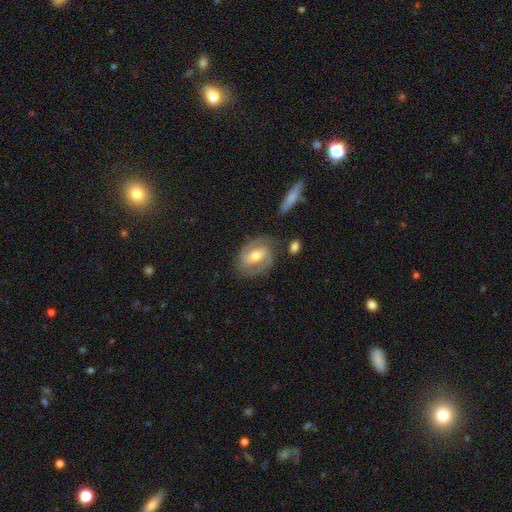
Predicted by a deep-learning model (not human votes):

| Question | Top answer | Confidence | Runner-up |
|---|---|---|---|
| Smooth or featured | featured or disk | 79% | smooth (16%) |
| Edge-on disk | no | 96% | yes (4%) |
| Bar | weak | 43% | no (30%) |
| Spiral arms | yes | 91% | no (9%) |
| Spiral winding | tight | 44% | tied: medium (44%) |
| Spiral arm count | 2 | 82% | can't tell (9%) |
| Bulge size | moderate | 67% | small (27%) |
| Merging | none | 76% | minor disturbance (15%) |